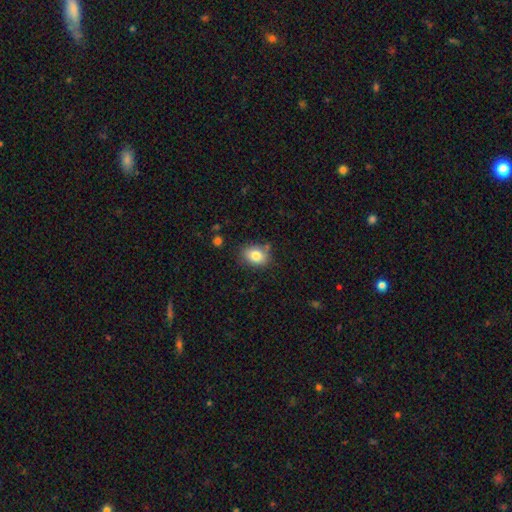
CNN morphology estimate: Q: Smooth or featured?
A: smooth (82%); runner-up: featured or disk (9%)
Q: How rounded?
A: in between (68%); runner-up: round (31%)
Q: Merging?
A: none (76%); runner-up: minor disturbance (16%)